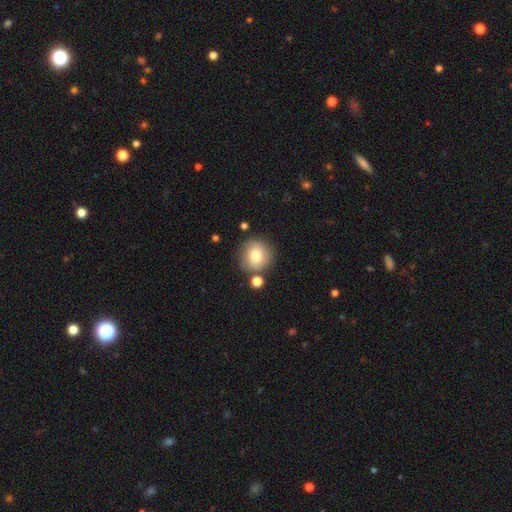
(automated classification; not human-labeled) Smooth or featured? smooth (78%)
How rounded? round (89%)
Merging? none (74%)